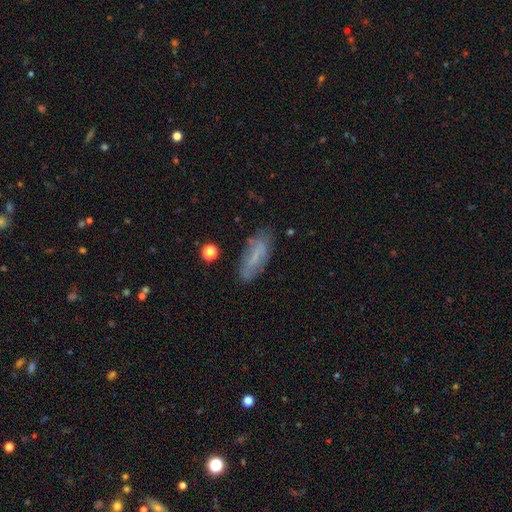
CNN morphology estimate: This appears to be a smooth galaxy with no disk features (53%) that is in between round and cigar-shaped (66%). Merging: none (70%).